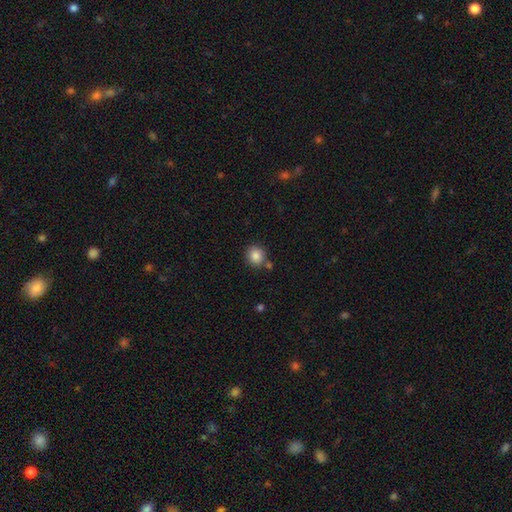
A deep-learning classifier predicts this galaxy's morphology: Smooth or featured: smooth — 86% (star or artifact — 10%)
How rounded: round — 85% (in between — 14%)
Merging: none — 77% (minor disturbance — 10%)